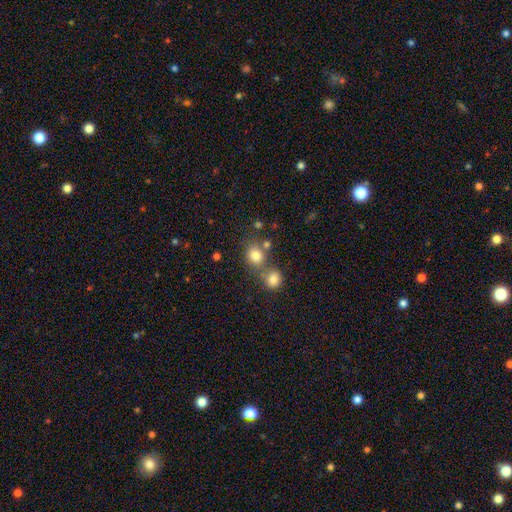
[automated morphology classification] type=smooth (79%); roundness=round (70%); merging=none (53%).